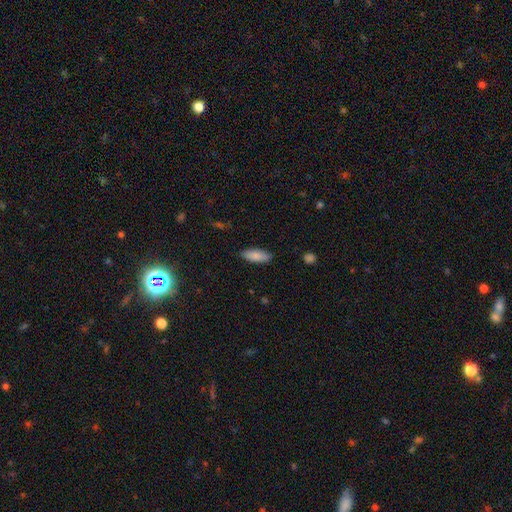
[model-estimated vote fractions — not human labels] Smooth or featured? Predicted: smooth (p=0.84). How rounded? Predicted: in between (p=0.75). Merging? Predicted: none (p=0.85).